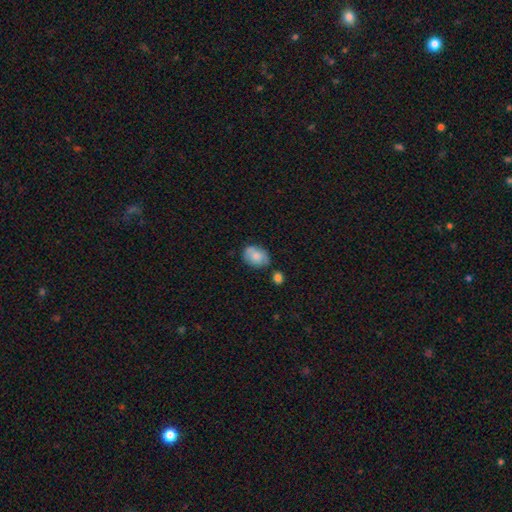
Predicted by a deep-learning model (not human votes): This is likely a smooth galaxy (75%). How rounded: likely in between (74%). Merging: possibly none (58%).